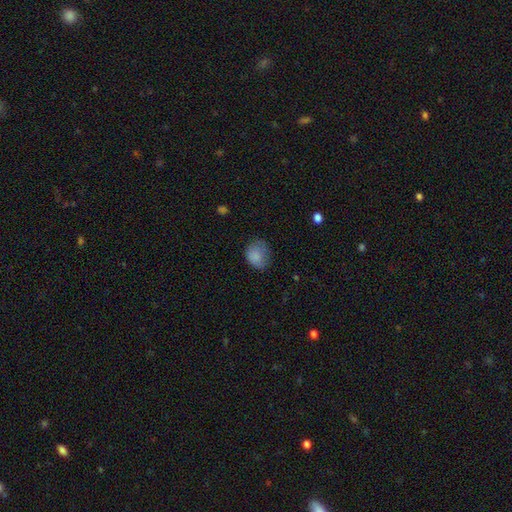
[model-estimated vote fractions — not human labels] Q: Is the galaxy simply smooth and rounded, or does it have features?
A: smooth — 83%.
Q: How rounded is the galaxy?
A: round — 60%.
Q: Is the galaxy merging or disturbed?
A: none — 59%.